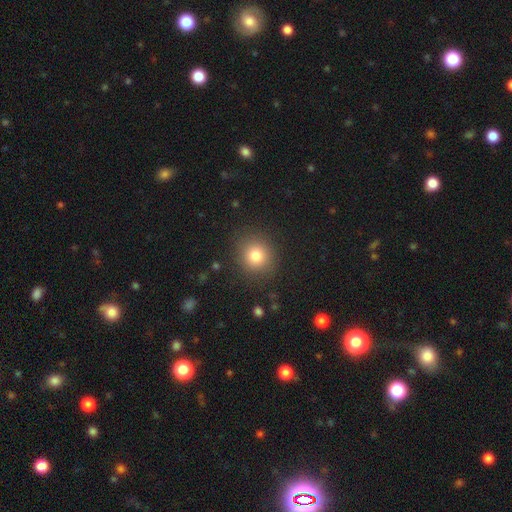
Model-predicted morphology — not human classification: A smooth galaxy with no disk features (79%) that is round (87%).

Vote fractions:
- Smooth or featured? smooth: 79% / star or artifact: 12% / featured or disk: 8%
- How rounded? round: 87% / in between: 12% / cigar-shaped: 1%
- Merging? none: 88% / minor disturbance: 8% / major disturbance: 3% / merger: 1%